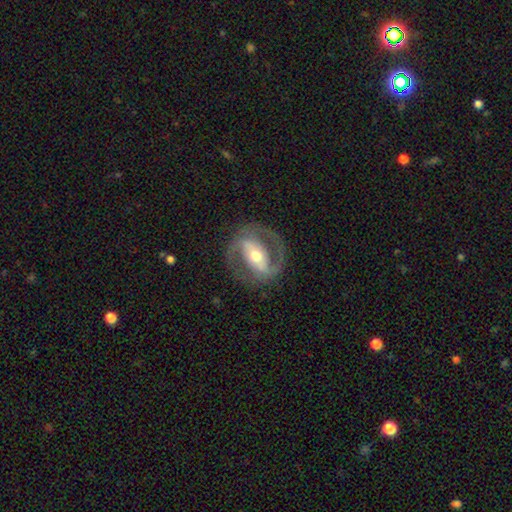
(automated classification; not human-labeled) Smooth or featured?
  - featured or disk: 85% *
  - smooth: 10%
  - star or artifact: 5%
Edge-on disk?
  - no: 96% *
  - yes: 4%
Bar?
  - strong: 54% *
  - weak: 29%
  - no: 17%
Spiral arms?
  - yes: 90% *
  - no: 10%
Spiral winding?
  - medium: 53% *
  - tight: 29%
  - loose: 18%
Spiral arm count?
  - 2: 89% *
  - can't tell: 4%
  - 1: 4%
  - 3: 1%
  - 4: 1%
  - more than 4: 1%
Bulge size?
  - moderate: 69% *
  - small: 20%
  - large: 8%
  - dominant: 1%
  - none: 1%
Merging?
  - none: 81% *
  - minor disturbance: 11%
  - major disturbance: 7%
  - merger: 1%